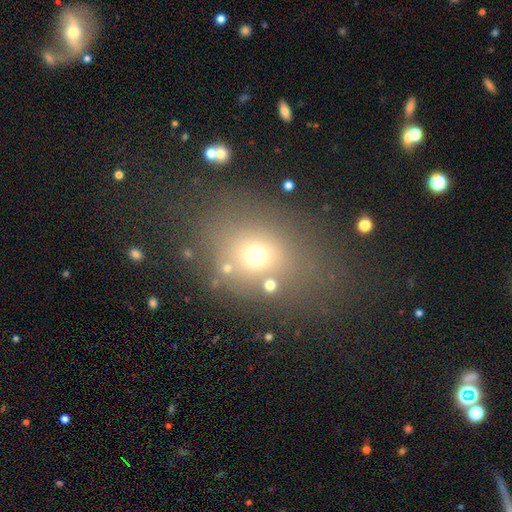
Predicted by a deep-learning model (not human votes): A smooth galaxy with no disk features (65%) that is round (53%). Merging: none (69%).